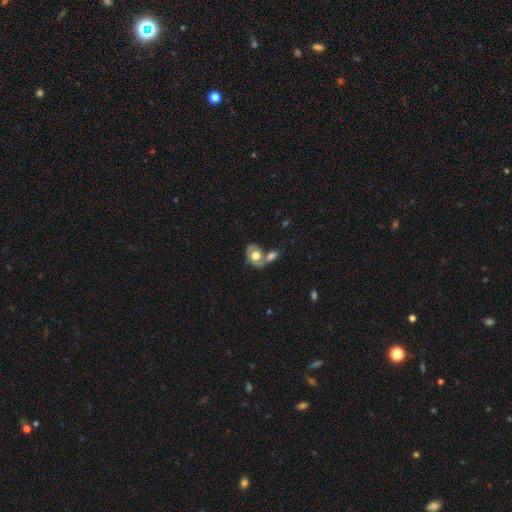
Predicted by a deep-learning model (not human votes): This appears to be a smooth galaxy with no disk features (58%) that is in between round and cigar-shaped (69%). Merging: merger (55%).